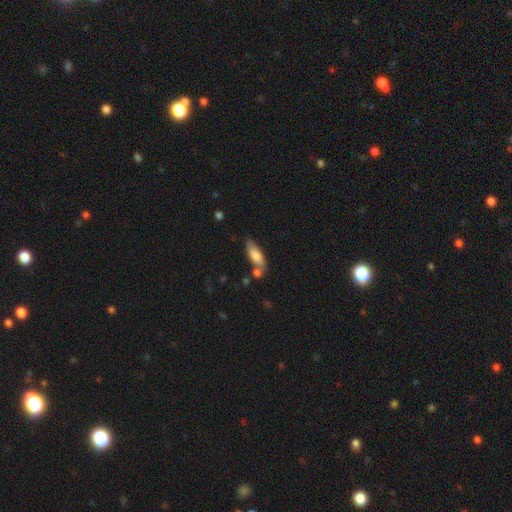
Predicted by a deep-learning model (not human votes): Overall: smooth (76%). How rounded: in between (70%). Merging: none (60%).